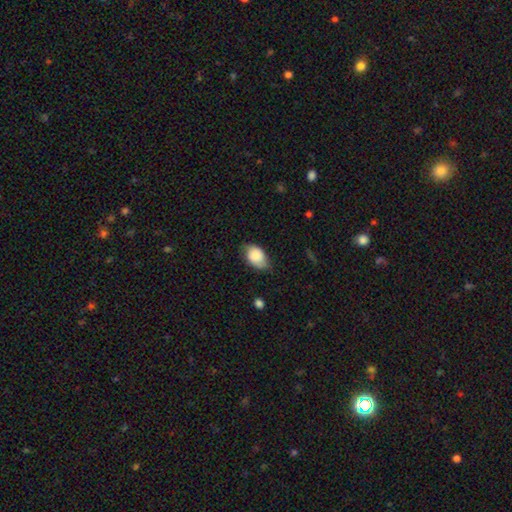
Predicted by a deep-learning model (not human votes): This appears to be a smooth galaxy with no disk features (85%) that is in between round and cigar-shaped (87%). Merging: none (65%).